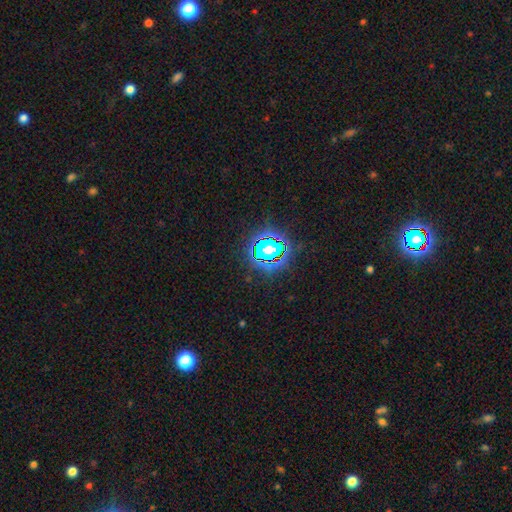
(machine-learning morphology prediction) The model was most divided on "smooth or featured": star or artifact: 83%, smooth: 11%, featured or disk: 6%.